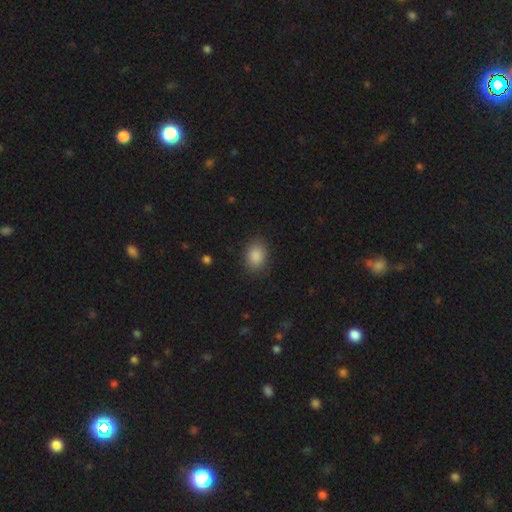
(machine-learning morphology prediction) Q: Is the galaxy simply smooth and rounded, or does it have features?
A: smooth — 87%.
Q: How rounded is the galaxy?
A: in between — 73%.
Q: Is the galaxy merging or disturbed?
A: none — 87%.